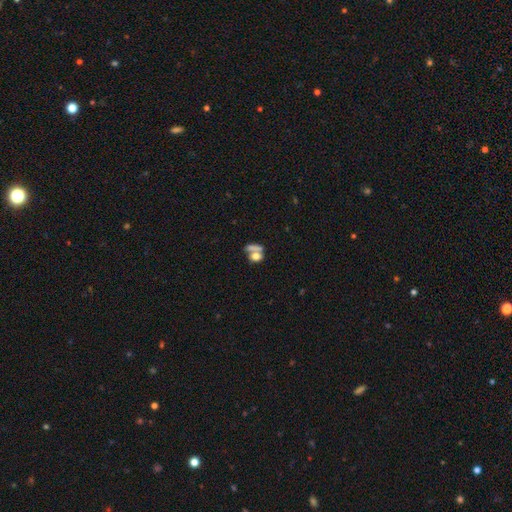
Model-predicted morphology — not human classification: A smooth galaxy with no disk features (70%) that is round (45%, tied with in between). Merging: merger (47%).